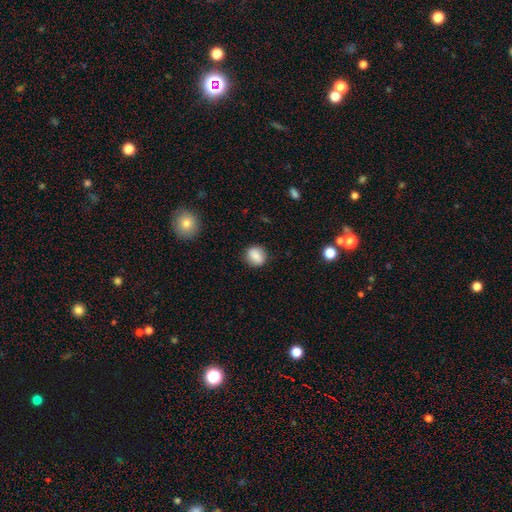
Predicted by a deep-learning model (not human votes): Q: Smooth or featured?
A: smooth (84%); runner-up: star or artifact (8%)
Q: How rounded?
A: round (67%); runner-up: in between (32%)
Q: Merging?
A: none (84%); runner-up: minor disturbance (12%)